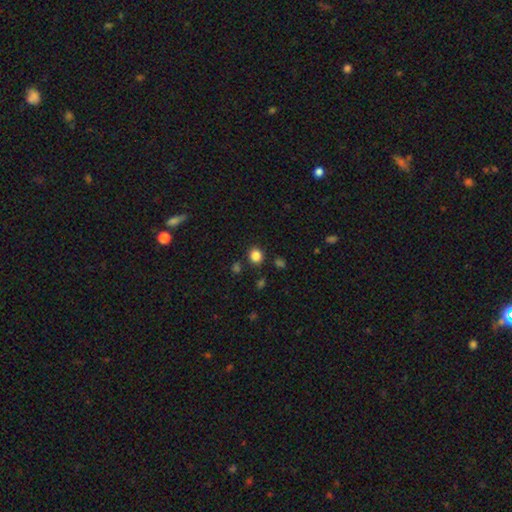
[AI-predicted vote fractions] smooth_or_featured: smooth (p=0.84) [alt: star or artifact p=0.12]
how_rounded: round (p=0.84) [alt: in between p=0.15]
merging: none (p=0.88) [alt: minor disturbance p=0.07]